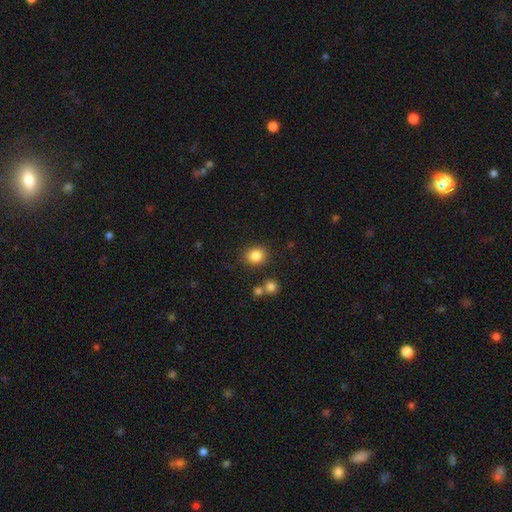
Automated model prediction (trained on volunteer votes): Smooth or featured?
  - smooth: 84% *
  - star or artifact: 10%
  - featured or disk: 5%
How rounded?
  - round: 66% *
  - in between: 34%
  - cigar-shaped: 1%
Merging?
  - none: 82% *
  - minor disturbance: 10%
  - merger: 5%
  - major disturbance: 3%